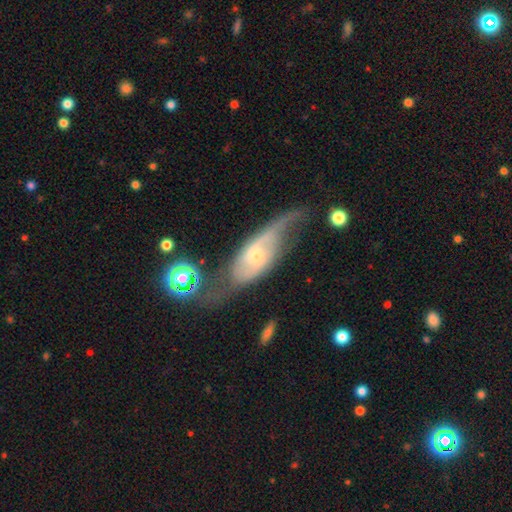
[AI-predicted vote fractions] Morphology: type=featured or disk (75%); edge-on=no (84%); bar=no (54%); spiral arms=yes (85%); winding=loose (51%); arm count=2 (75%); bulge=small (61%); merging=none (46%).